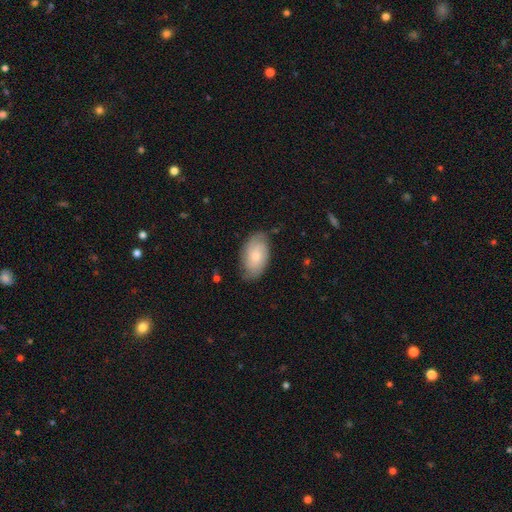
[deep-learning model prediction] Morphology: type=smooth (57%); roundness=in between (93%); merging=none (71%).